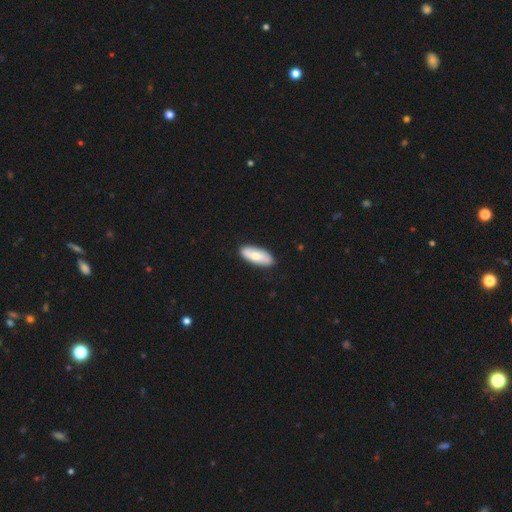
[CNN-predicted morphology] Q: Smooth or featured?
A: smooth (72%); runner-up: featured or disk (23%)
Q: How rounded?
A: in between (74%); runner-up: cigar-shaped (24%)
Q: Merging?
A: none (88%); runner-up: minor disturbance (9%)